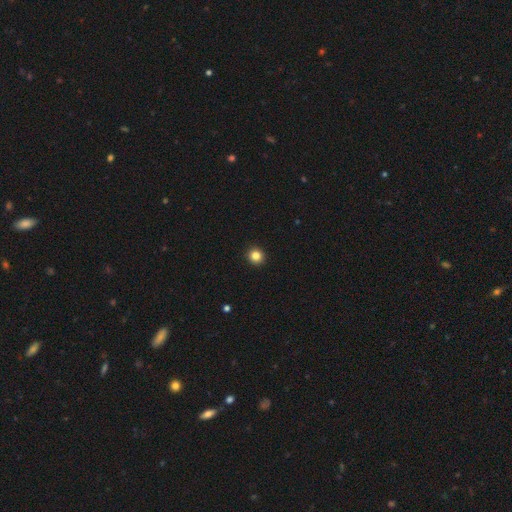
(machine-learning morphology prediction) Overall: smooth (84%). How rounded: round (92%). Merging: none (94%).